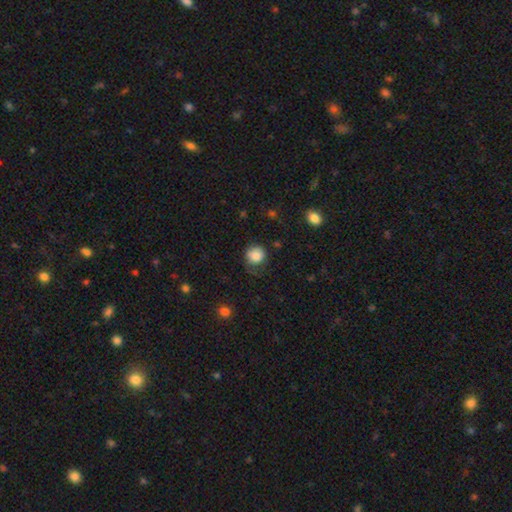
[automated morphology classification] type=smooth (83%); roundness=round (85%); merging=none (57%).